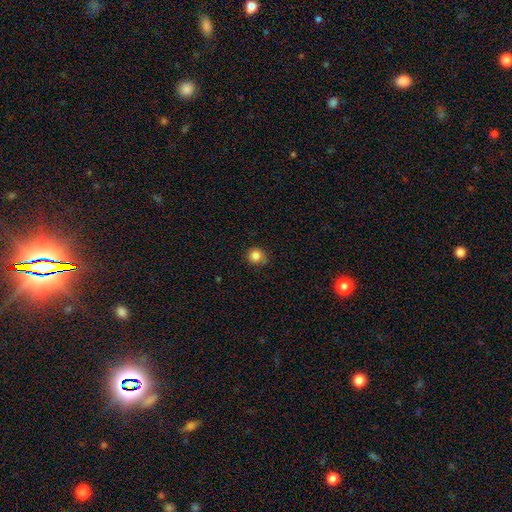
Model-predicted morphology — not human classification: Q: Smooth or featured?
A: smooth (84%); runner-up: star or artifact (11%)
Q: How rounded?
A: round (89%); runner-up: in between (10%)
Q: Merging?
A: none (80%); runner-up: minor disturbance (16%)